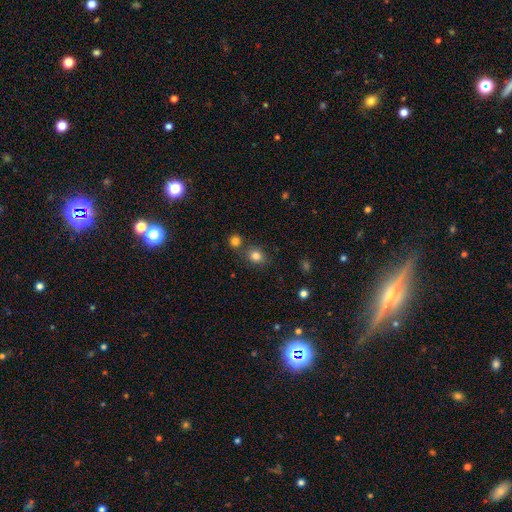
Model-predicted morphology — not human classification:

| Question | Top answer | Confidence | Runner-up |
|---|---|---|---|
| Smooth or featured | smooth | 81% | star or artifact (12%) |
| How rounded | round | 68% | in between (31%) |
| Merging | none | 71% | merger (15%) |